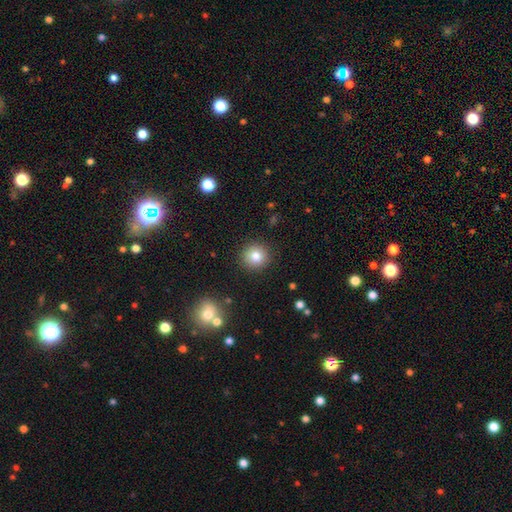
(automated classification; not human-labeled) This appears to be a smooth galaxy with no disk features (81%) that is round (93%). Merging: none (90%).